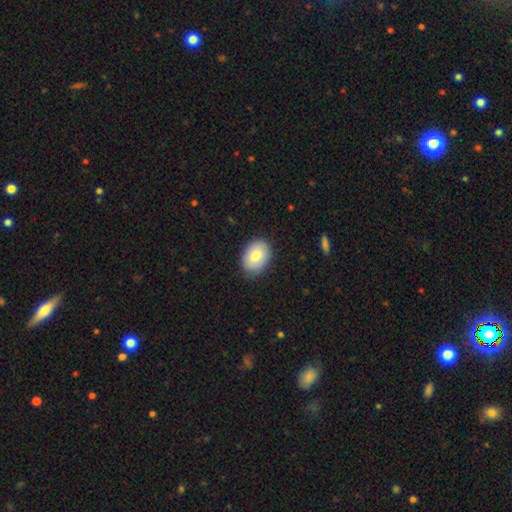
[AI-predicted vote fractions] A smooth galaxy with no disk features (79%) that is in between round and cigar-shaped (72%).

Vote fractions:
- Smooth or featured? smooth: 79% / featured or disk: 14% / star or artifact: 7%
- How rounded? in between: 72% / round: 27% / cigar-shaped: 1%
- Merging? none: 86% / minor disturbance: 11% / major disturbance: 2% / merger: 1%